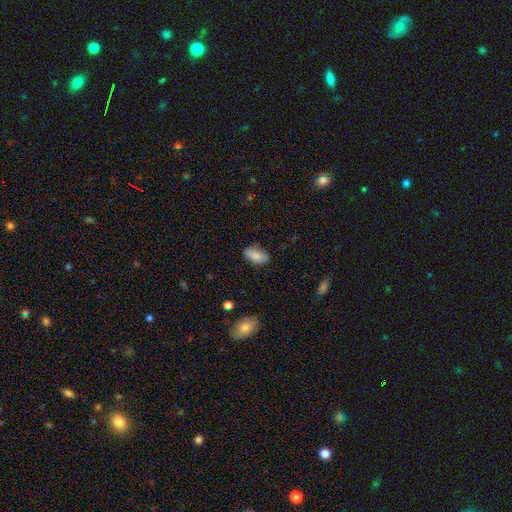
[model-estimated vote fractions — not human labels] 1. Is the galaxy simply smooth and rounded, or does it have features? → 86% smooth, 7% featured or disk, 7% star or artifact.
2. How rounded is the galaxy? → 92% in between, 5% cigar-shaped, 3% round.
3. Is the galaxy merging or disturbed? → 78% none, 17% minor disturbance, 3% major disturbance, 1% merger.